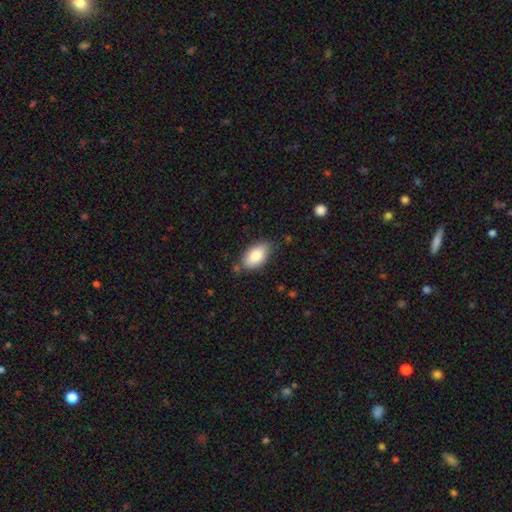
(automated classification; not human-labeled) A smooth galaxy with no disk features (85%) that is in between round and cigar-shaped (93%).

Vote fractions:
- Smooth or featured? smooth: 85% / featured or disk: 8% / star or artifact: 6%
- How rounded? in between: 93% / cigar-shaped: 3% / round: 3%
- Merging? none: 76% / minor disturbance: 18% / major disturbance: 4% / merger: 2%